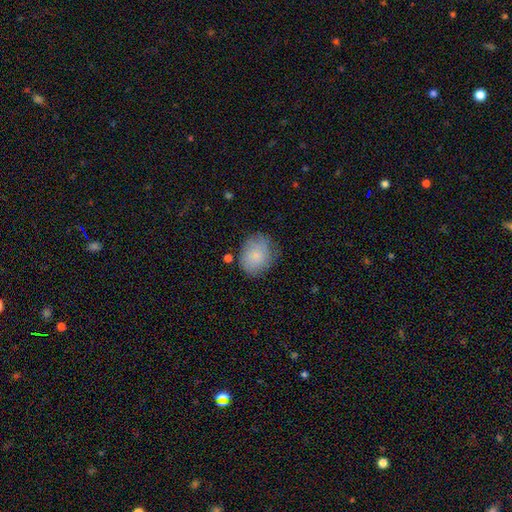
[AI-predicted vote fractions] Smooth or featured? Predicted: smooth (p=0.80). How rounded? Predicted: round (p=0.56). Merging? Predicted: none (p=0.67).